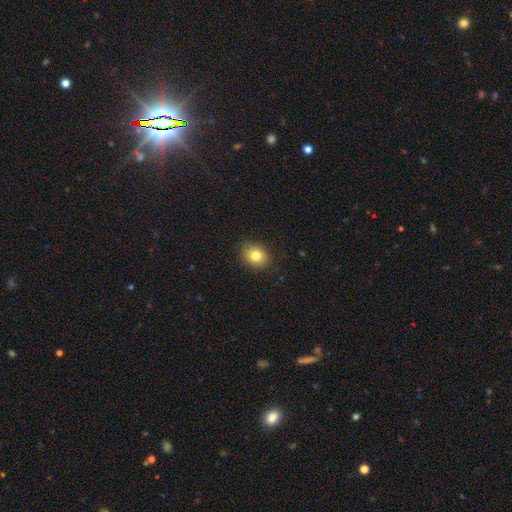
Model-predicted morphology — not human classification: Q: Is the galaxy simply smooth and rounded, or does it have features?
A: smooth — 82%.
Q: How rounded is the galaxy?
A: round — 63%.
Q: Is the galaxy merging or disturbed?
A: none — 84%.